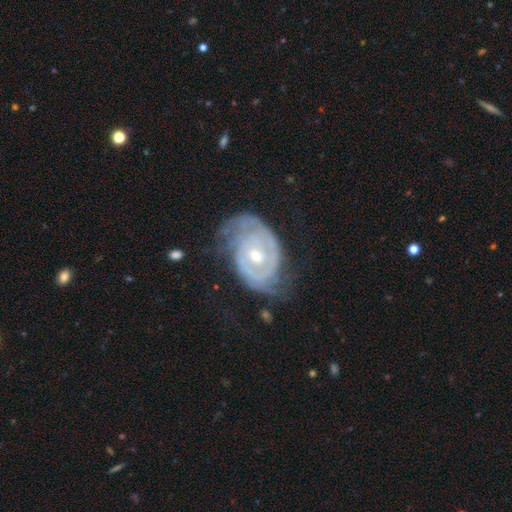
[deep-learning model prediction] This appears to be a featured or disk galaxy (86%) with no bar (64%), 2 (47%) tight (71%) spiral arms (93%) and a moderate central bulge (59%). Merging: none (57%).